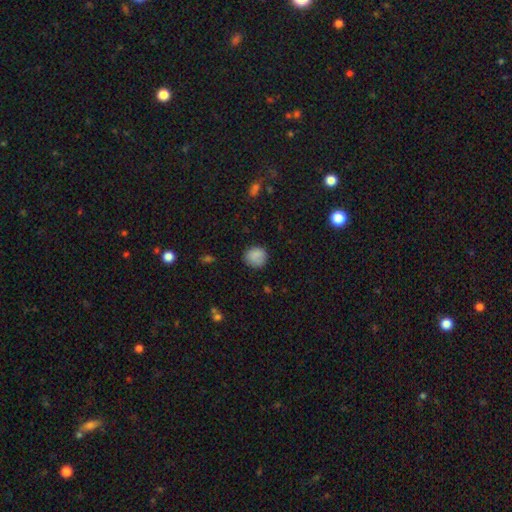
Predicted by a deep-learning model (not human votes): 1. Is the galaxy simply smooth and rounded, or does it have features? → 85% smooth, 9% star or artifact, 6% featured or disk.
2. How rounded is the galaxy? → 82% round, 17% in between, 1% cigar-shaped.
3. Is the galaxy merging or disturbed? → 78% none, 16% minor disturbance, 4% major disturbance, 2% merger.